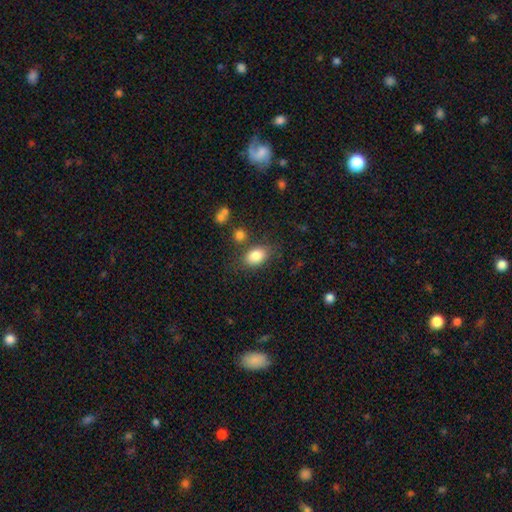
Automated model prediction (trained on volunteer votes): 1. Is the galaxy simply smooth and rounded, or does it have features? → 84% smooth, 8% star or artifact, 8% featured or disk.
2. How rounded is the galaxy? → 82% in between, 17% round, 1% cigar-shaped.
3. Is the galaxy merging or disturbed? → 73% none, 15% minor disturbance, 7% merger, 5% major disturbance.